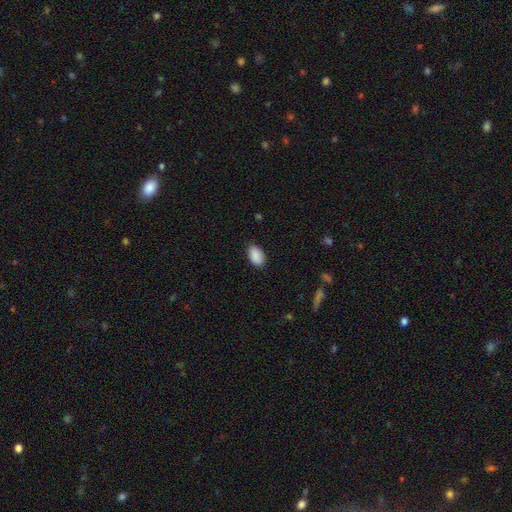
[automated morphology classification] This appears to be a smooth galaxy with no disk features (90%) that is in between round and cigar-shaped (91%). Merging: none (84%).